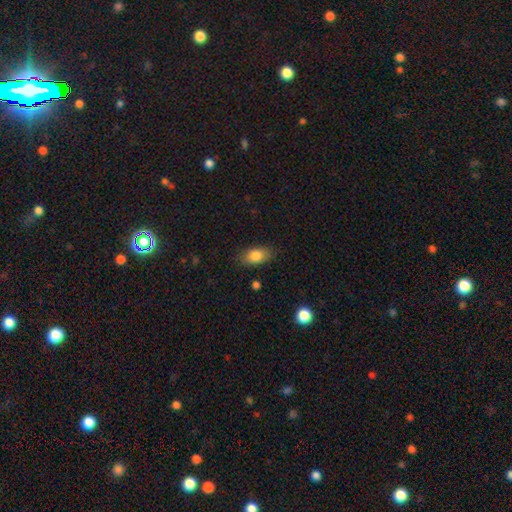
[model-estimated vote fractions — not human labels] Smooth or featured?
  - smooth: 82% *
  - featured or disk: 10%
  - star or artifact: 7%
How rounded?
  - in between: 89% *
  - round: 6%
  - cigar-shaped: 5%
Merging?
  - none: 84% *
  - minor disturbance: 12%
  - major disturbance: 3%
  - merger: 1%